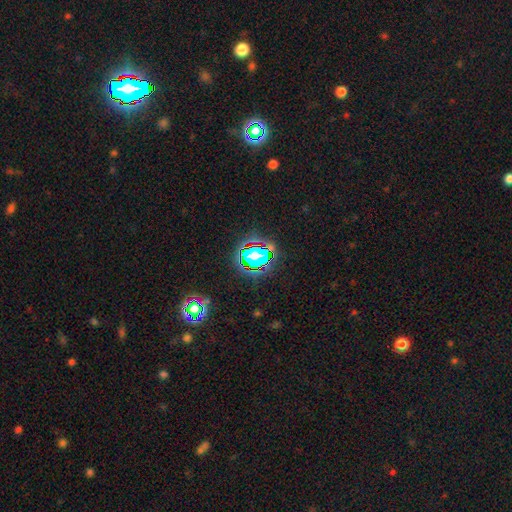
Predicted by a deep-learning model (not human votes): Smooth or featured: star or artifact — 66% (smooth — 21%)